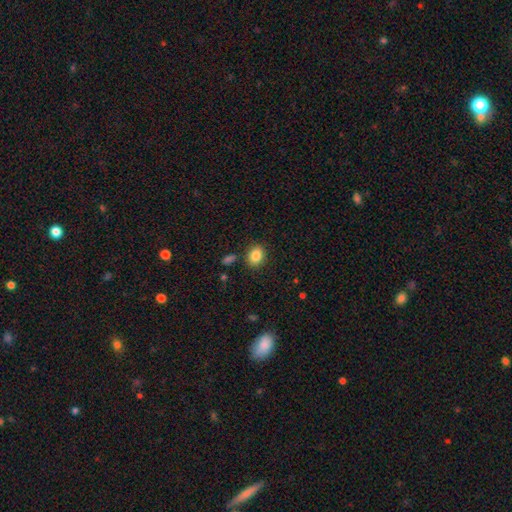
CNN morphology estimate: This appears to be a smooth galaxy with no disk features (86%) that is in between round and cigar-shaped (57%). Merging: none (84%).